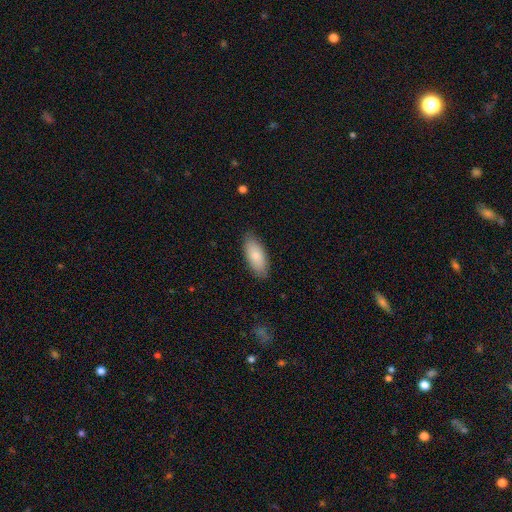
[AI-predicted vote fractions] This appears to be a smooth galaxy with no disk features (82%) that is in between round and cigar-shaped (86%). Merging: none (85%).